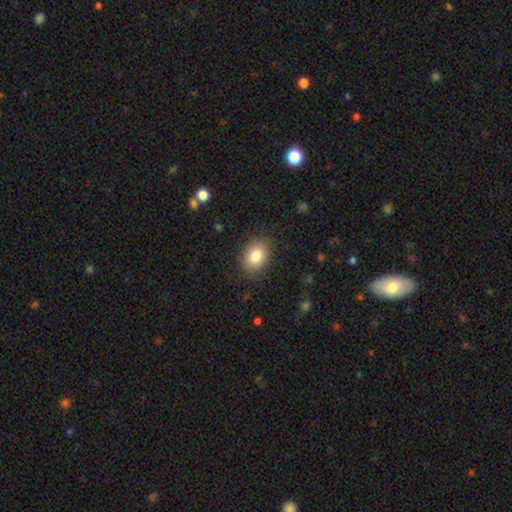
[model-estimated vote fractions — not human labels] smooth-or-featured: smooth: 85% | featured or disk: 8% | star or artifact: 8%
  how-rounded: in between: 74% | round: 25% | cigar-shaped: 1%
  merging: none: 85% | minor disturbance: 10% | major disturbance: 3% | merger: 1%